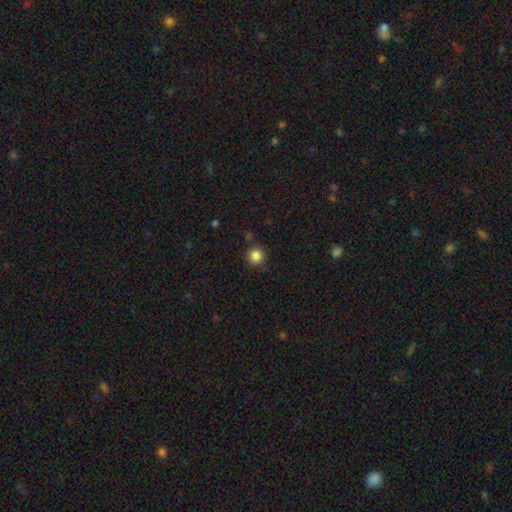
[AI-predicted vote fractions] Smooth or featured?
  - smooth: 85% *
  - star or artifact: 12%
  - featured or disk: 4%
How rounded?
  - round: 94% *
  - in between: 5%
  - cigar-shaped: 1%
Merging?
  - none: 88% *
  - minor disturbance: 7%
  - merger: 2%
  - major disturbance: 2%